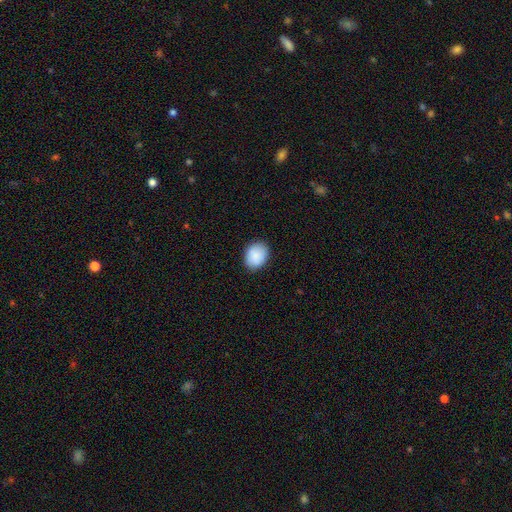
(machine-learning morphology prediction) Smooth or featured? smooth (89%)
How rounded? in between (55%)
Merging? none (87%)